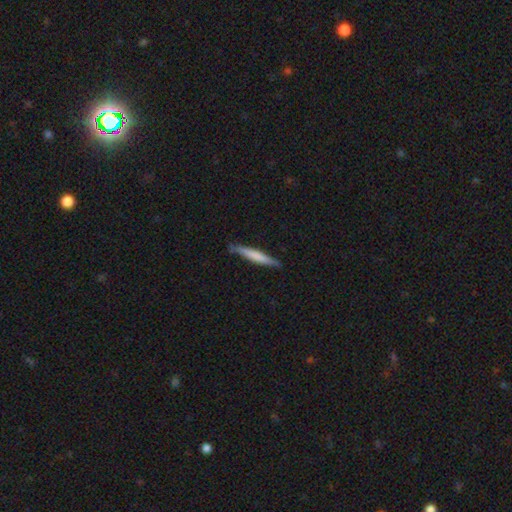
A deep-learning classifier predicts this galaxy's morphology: smooth_or_featured: smooth (p=0.61) [alt: featured or disk p=0.34]
how_rounded: cigar-shaped (p=0.95) [alt: in between p=0.04]
merging: none (p=0.85) [alt: minor disturbance p=0.12]